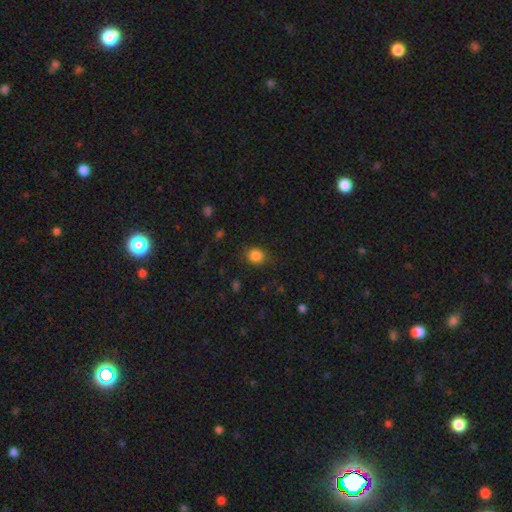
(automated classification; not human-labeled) A smooth galaxy with no disk features (85%) that is round (60%). Merging: none (80%).